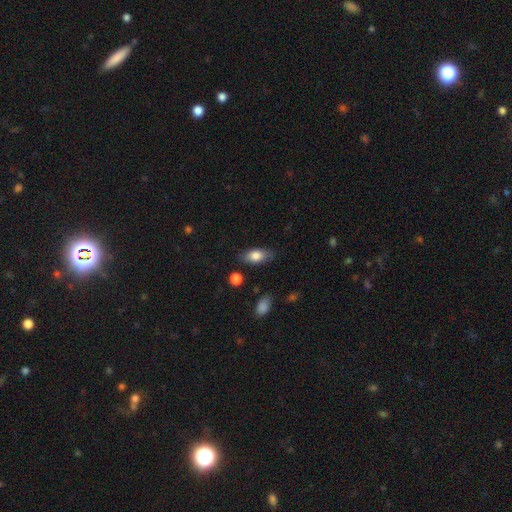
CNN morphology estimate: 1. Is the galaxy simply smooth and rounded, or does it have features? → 79% smooth, 14% featured or disk, 7% star or artifact.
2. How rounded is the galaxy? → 87% in between, 9% cigar-shaped, 4% round.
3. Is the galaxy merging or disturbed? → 81% none, 14% minor disturbance, 3% major disturbance, 2% merger.